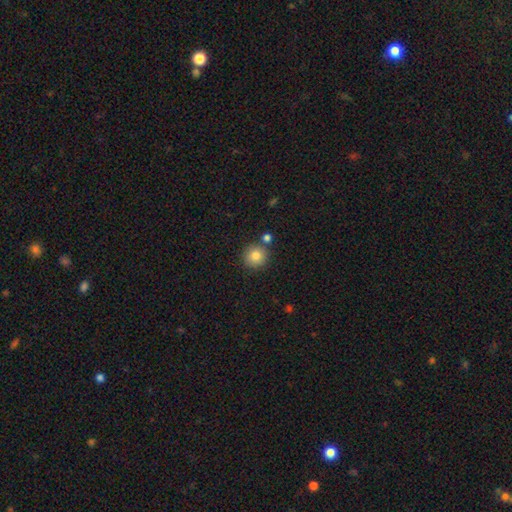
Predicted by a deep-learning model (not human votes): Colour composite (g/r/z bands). It shows a smooth galaxy with no disk features (83%) that is round (92%). Merging: none (79%).